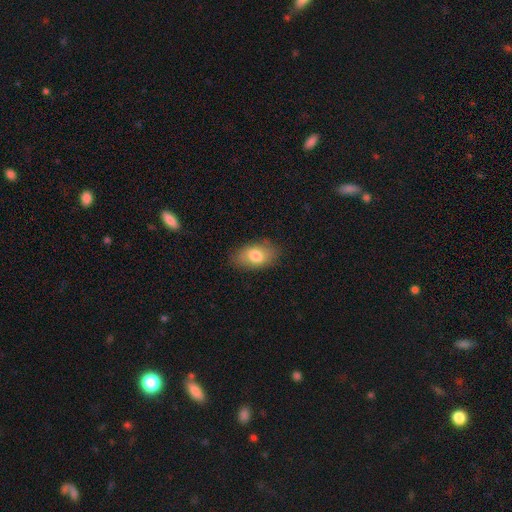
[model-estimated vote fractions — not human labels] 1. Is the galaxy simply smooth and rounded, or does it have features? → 77% smooth, 16% featured or disk, 7% star or artifact.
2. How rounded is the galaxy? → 91% in between, 7% round, 2% cigar-shaped.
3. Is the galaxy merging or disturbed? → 81% none, 14% minor disturbance, 4% major disturbance, 1% merger.